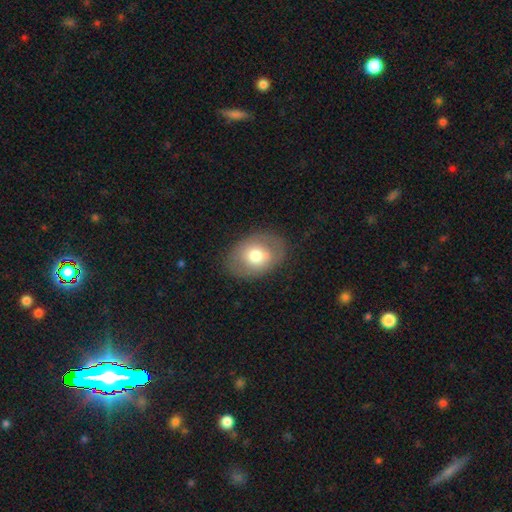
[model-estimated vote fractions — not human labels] smooth-or-featured: smooth: 64% | featured or disk: 29% | star or artifact: 7%
  how-rounded: in between: 74% | round: 25% | cigar-shaped: 1%
  merging: none: 78% | minor disturbance: 15% | major disturbance: 6% | merger: 2%